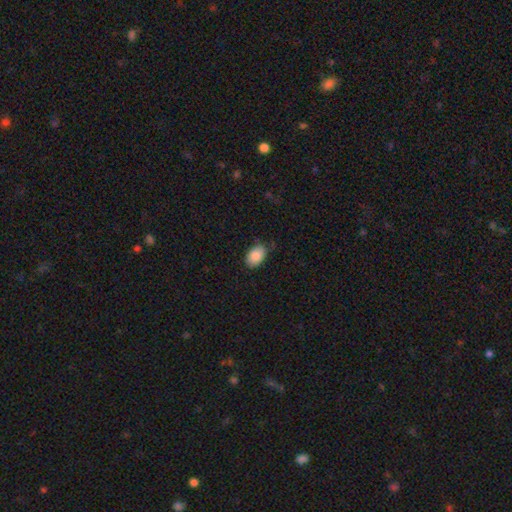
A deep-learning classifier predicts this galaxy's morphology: The model was most divided on "merging": none: 78%, minor disturbance: 18%, major disturbance: 3%, merger: 1%. More confident: how rounded — in between (89%); smooth or featured — smooth (87%).